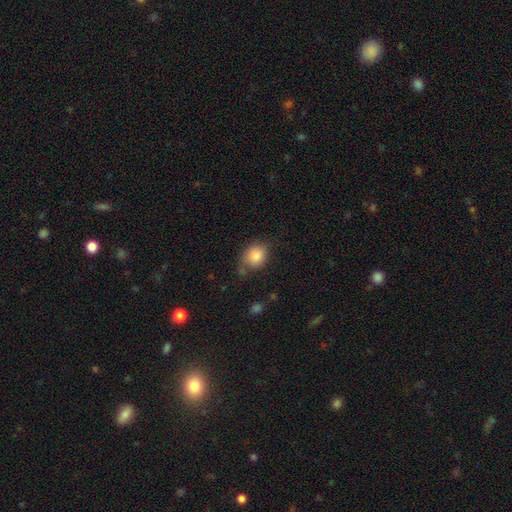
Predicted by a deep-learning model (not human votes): Smooth or featured? Predicted: smooth (p=0.84). How rounded? Predicted: round (p=0.53). Merging? Predicted: none (p=0.61).